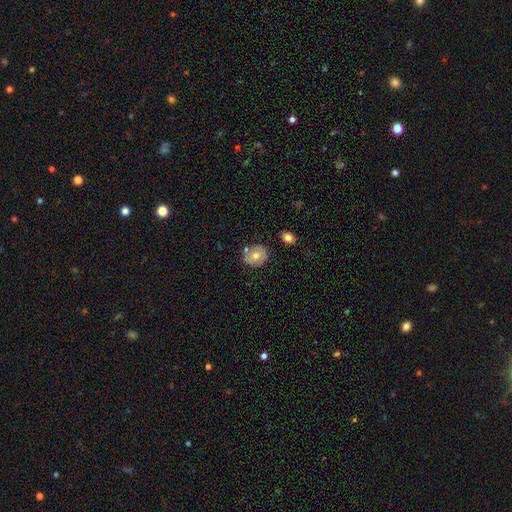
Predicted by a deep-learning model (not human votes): smooth_or_featured: smooth (p=0.64) [alt: featured or disk p=0.28]
how_rounded: round (p=0.72) [alt: in between p=0.27]
merging: none (p=0.76) [alt: minor disturbance p=0.15]